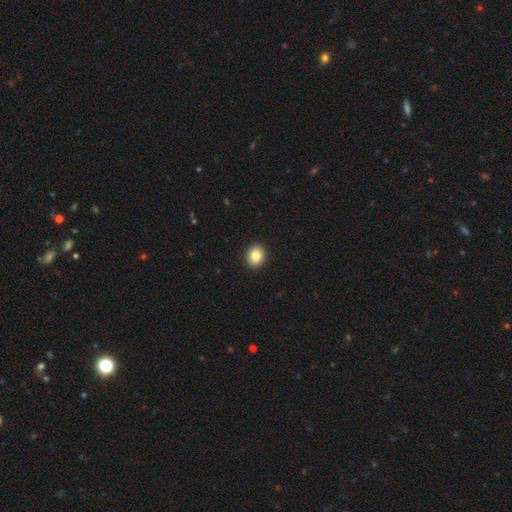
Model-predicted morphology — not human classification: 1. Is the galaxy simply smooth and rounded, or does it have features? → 84% smooth, 9% star or artifact, 7% featured or disk.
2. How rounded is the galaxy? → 54% round, 45% in between, 1% cigar-shaped.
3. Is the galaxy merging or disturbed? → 92% none, 5% minor disturbance, 2% major disturbance, 1% merger.